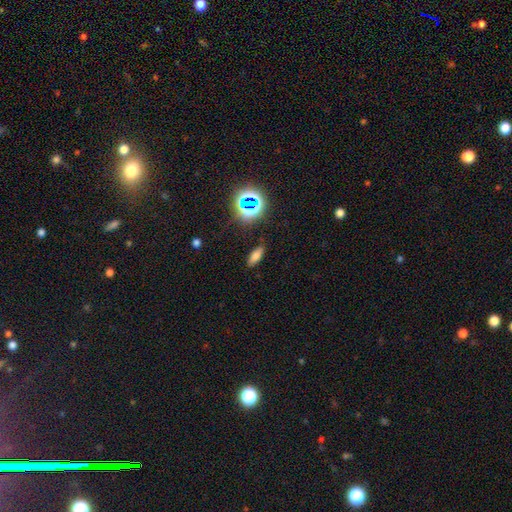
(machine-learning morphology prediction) Smooth or featured? Predicted: smooth (p=0.71). How rounded? Predicted: in between (p=0.77). Merging? Predicted: none (p=0.86).